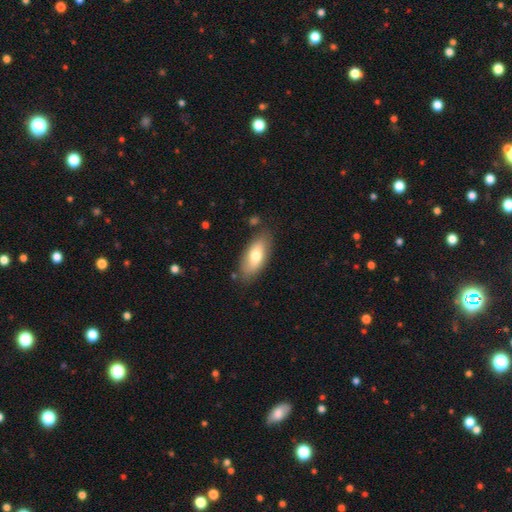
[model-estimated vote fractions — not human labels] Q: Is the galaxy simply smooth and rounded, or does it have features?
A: smooth — 69%.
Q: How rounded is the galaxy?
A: in between — 86%.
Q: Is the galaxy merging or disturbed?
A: none — 79%.